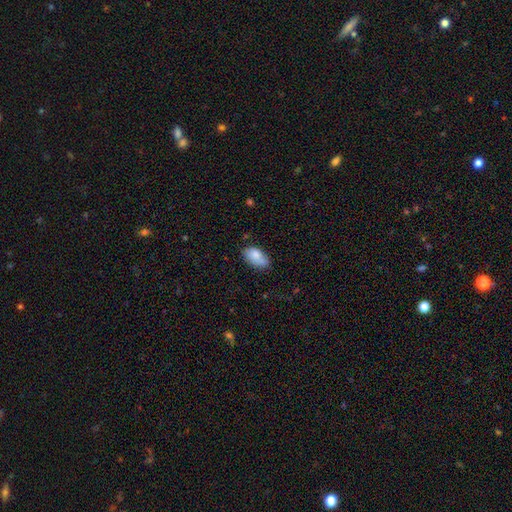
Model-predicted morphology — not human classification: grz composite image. It shows a smooth galaxy with no disk features (80%) that is in between round and cigar-shaped (93%). Merging: none (58%).